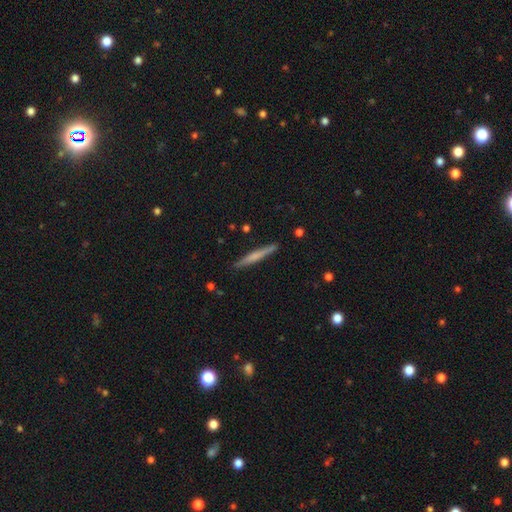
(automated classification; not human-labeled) Smooth or featured: smooth — 51% (featured or disk — 44%)
How rounded: cigar-shaped — 96% (in between — 3%)
Merging: none — 90% (minor disturbance — 7%)